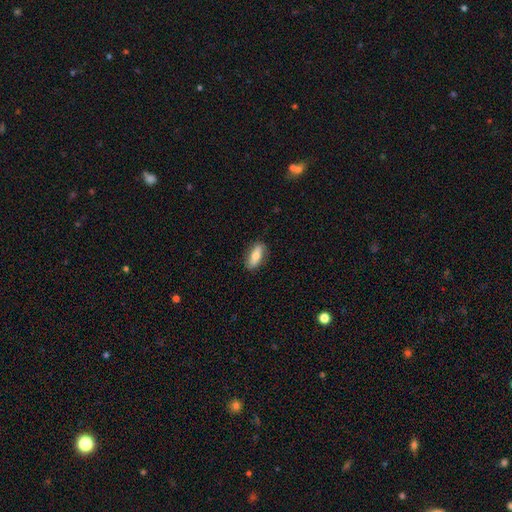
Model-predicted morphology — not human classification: The model was most divided on "how rounded": in between: 74%, cigar-shaped: 23%, round: 3%. More confident: merging — none (84%); smooth or featured — smooth (74%).